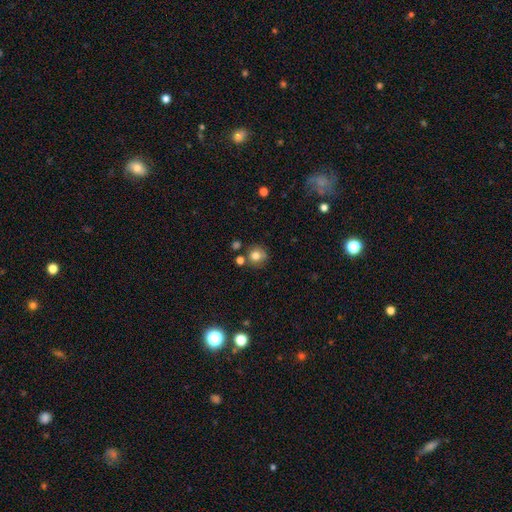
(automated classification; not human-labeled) This is likely a smooth galaxy (78%). How rounded: clearly round (89%). Merging: likely none (73%).